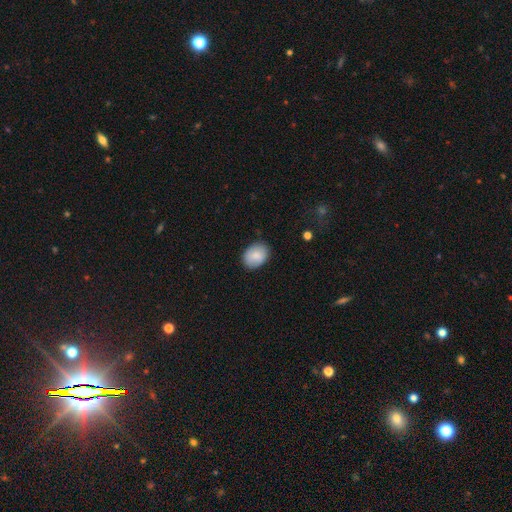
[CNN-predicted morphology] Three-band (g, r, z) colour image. It shows a smooth galaxy with no disk features (85%) that is in between round and cigar-shaped (66%). Merging: none (83%).